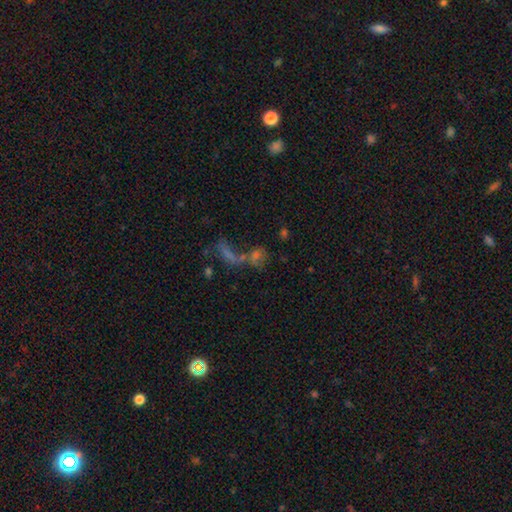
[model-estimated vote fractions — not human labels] Smooth or featured? Predicted: smooth (p=0.51). How rounded? Predicted: in between (p=0.58). Merging? Predicted: merger (p=0.50).